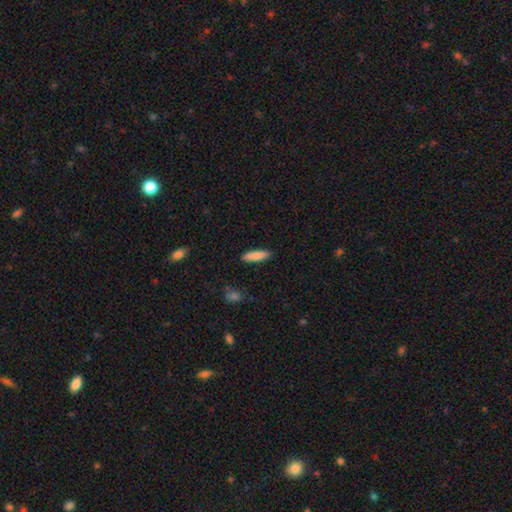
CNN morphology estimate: Smooth or featured? smooth (85%)
How rounded? cigar-shaped (61%)
Merging? none (88%)